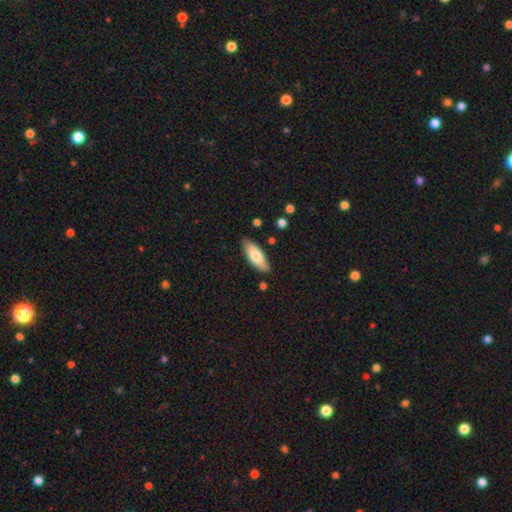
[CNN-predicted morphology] A smooth galaxy with no disk features (75%) that is in between round and cigar-shaped (70%). Merging: none (85%).